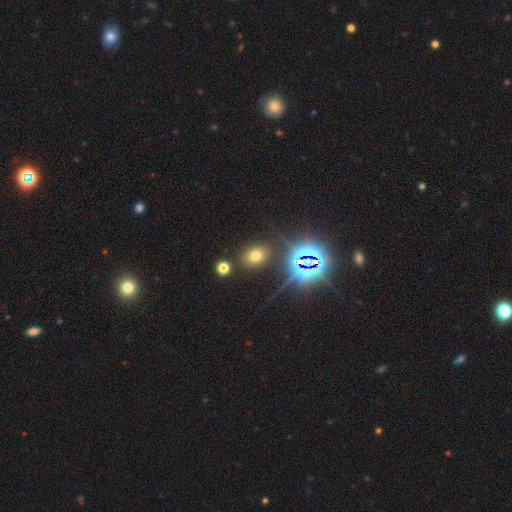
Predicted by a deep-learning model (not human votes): Overall: smooth (62%; star or artifact 29%). How rounded: in between (67%; round 31%). Merging: none (83%).